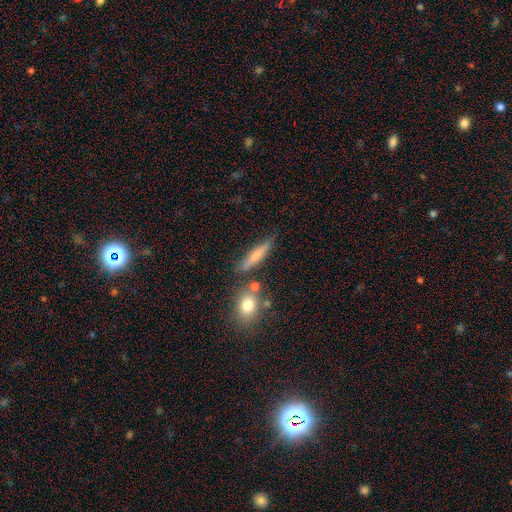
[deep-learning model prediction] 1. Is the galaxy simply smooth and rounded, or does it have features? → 64% smooth, 27% featured or disk, 9% star or artifact.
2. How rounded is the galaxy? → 78% cigar-shaped, 17% in between, 5% round.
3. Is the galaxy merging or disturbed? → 72% none, 15% minor disturbance, 9% merger, 4% major disturbance.